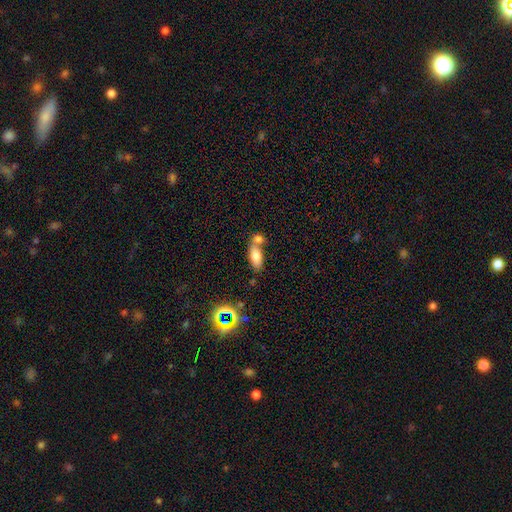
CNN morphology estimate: This is likely a smooth galaxy (74%). How rounded: clearly in between (81%). Merging: possibly merger (46%).